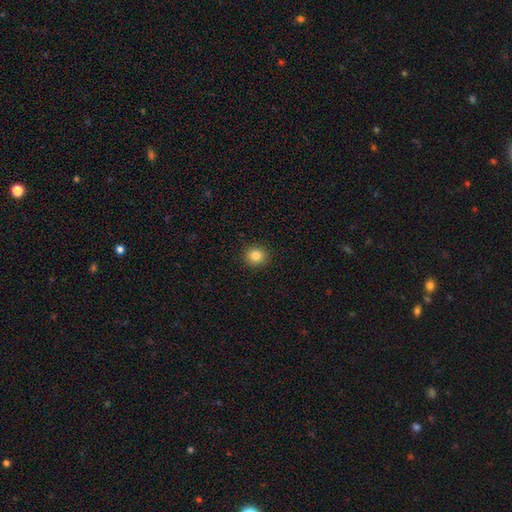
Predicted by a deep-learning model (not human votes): Morphology: type=smooth (84%); roundness=round (89%); merging=none (91%).